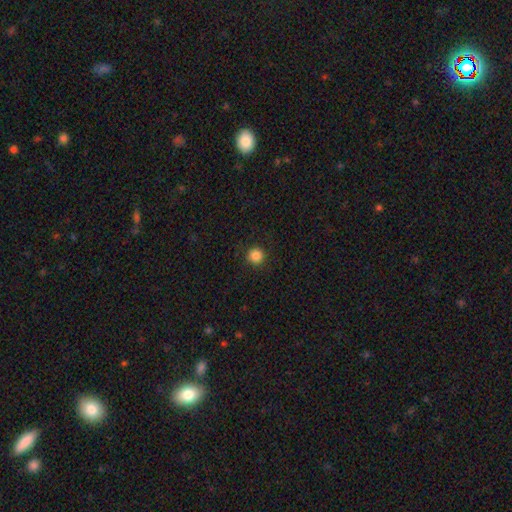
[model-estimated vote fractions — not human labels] The model was most divided on "smooth or featured": smooth: 86%, star or artifact: 11%, featured or disk: 3%. More confident: how rounded — round (96%); merging — none (92%).